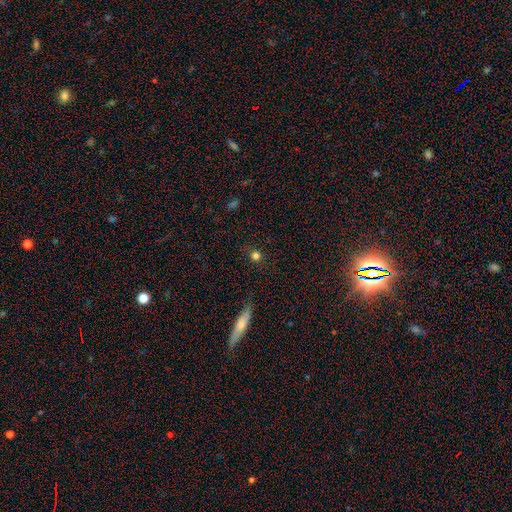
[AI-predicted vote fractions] Q: Smooth or featured?
A: smooth (77%); runner-up: star or artifact (17%)
Q: How rounded?
A: round (90%); runner-up: in between (8%)
Q: Merging?
A: none (86%); runner-up: minor disturbance (8%)